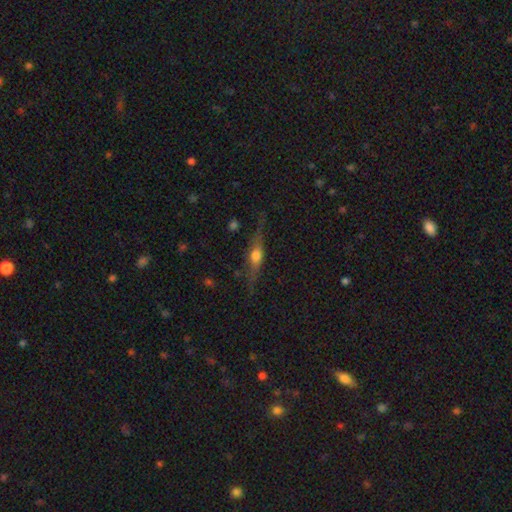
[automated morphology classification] featured or disk 61%, smooth 31%, star or artifact 8%. Down the decision tree: edge-on disk — yes (92%); edge-on bulge — rounded (91%); merging — none (75%).